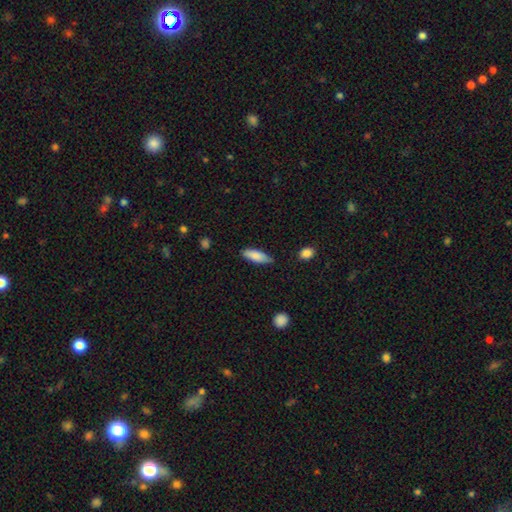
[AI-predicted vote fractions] Smooth or featured: smooth — 82% (featured or disk — 12%)
How rounded: in between — 62% (cigar-shaped — 36%)
Merging: none — 77% (minor disturbance — 18%)